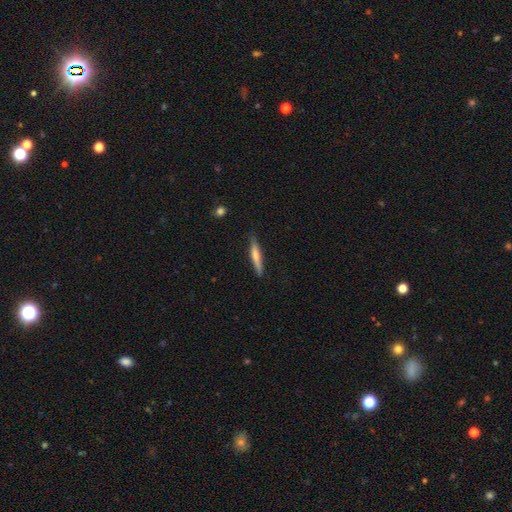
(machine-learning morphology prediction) smooth 54%, featured or disk 41%, star or artifact 5%. Down the decision tree: how rounded — cigar-shaped (93%); merging — none (86%).